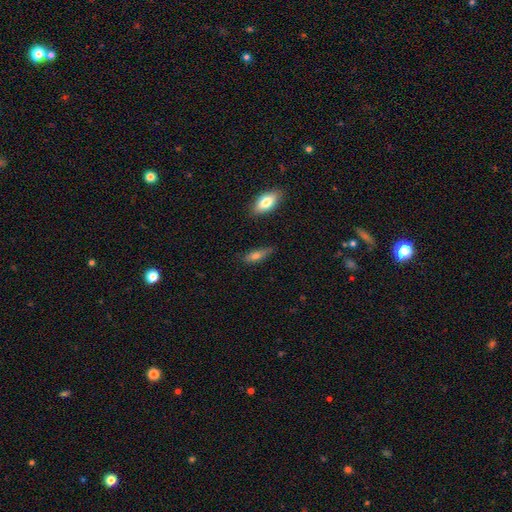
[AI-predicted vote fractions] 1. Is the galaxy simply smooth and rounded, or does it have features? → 75% smooth, 17% featured or disk, 8% star or artifact.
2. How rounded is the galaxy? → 60% in between, 36% cigar-shaped, 3% round.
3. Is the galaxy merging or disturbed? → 69% none, 24% minor disturbance, 5% major disturbance, 3% merger.